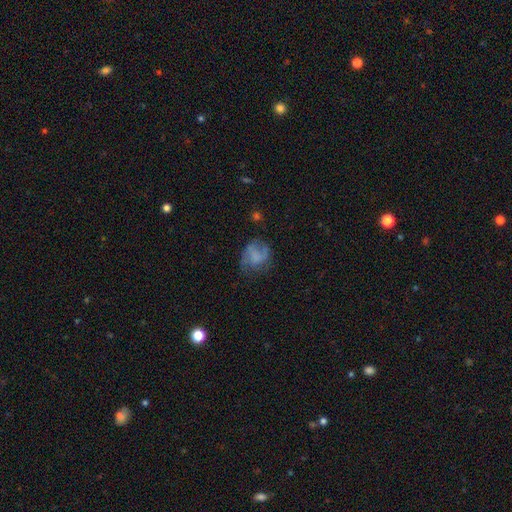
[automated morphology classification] Smooth or featured?
  - featured or disk: 47% *
  - smooth: 43%
  - star or artifact: 10%
Merging?
  - none: 52% *
  - minor disturbance: 25%
  - major disturbance: 21%
  - merger: 2%